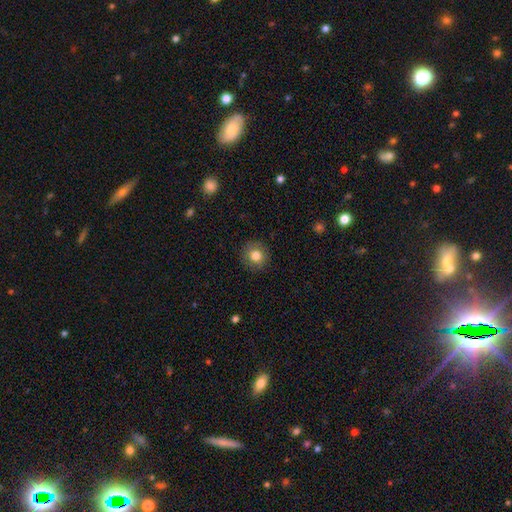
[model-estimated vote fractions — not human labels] This appears to be a smooth galaxy with no disk features (81%) that is round (91%). Merging: none (89%).